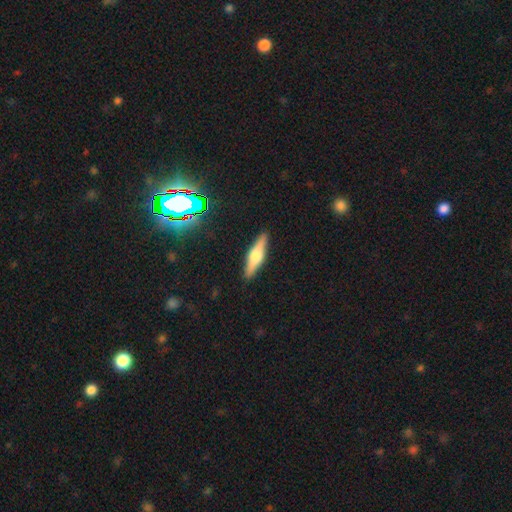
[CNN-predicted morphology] A featured or disk galaxy (52%) viewed edge-on (94%). Merging: none (90%).